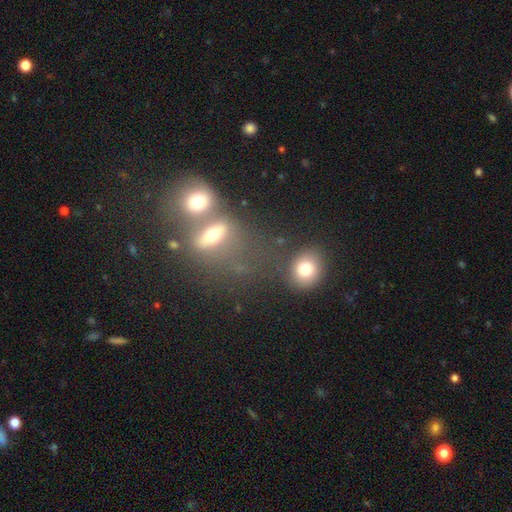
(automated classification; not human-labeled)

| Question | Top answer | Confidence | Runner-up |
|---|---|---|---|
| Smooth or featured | smooth | 43% | star or artifact (33%) |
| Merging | merger | 54% | none (28%) |